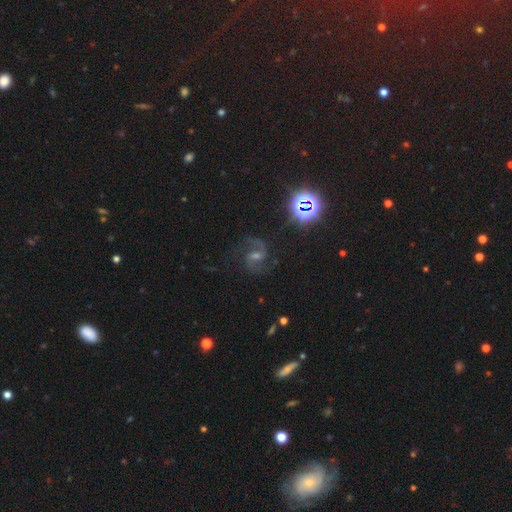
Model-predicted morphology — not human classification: Q: Smooth or featured?
A: featured or disk (81%); runner-up: star or artifact (14%)
Q: Edge-on disk?
A: no (98%); runner-up: yes (2%)
Q: Bar?
A: weak (51%); runner-up: strong (25%)
Q: Spiral arms?
A: yes (98%); runner-up: no (2%)
Q: Spiral winding?
A: medium (60%); runner-up: loose (28%)
Q: Spiral arm count?
A: 2 (93%); runner-up: can't tell (2%)
Q: Bulge size?
A: moderate (45%); runner-up: small (43%)
Q: Merging?
A: none (79%); runner-up: minor disturbance (12%)